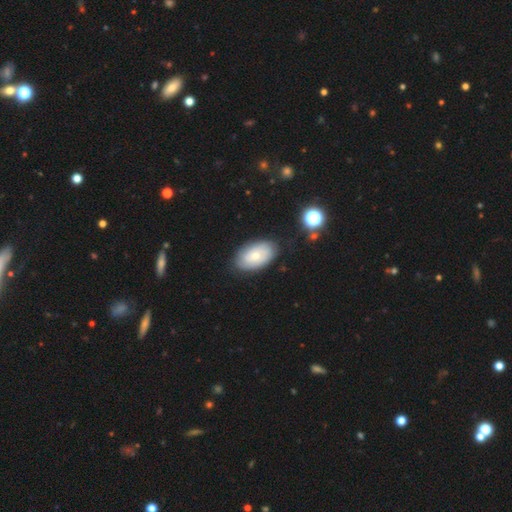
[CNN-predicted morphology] type=smooth (50%); merging=none (79%).